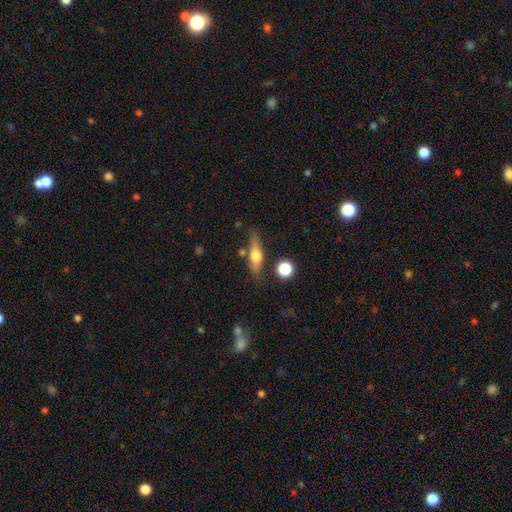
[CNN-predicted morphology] The model was most divided on "smooth or featured": smooth: 48%, featured or disk: 45%, star or artifact: 7%. More confident: merging — none (73%).